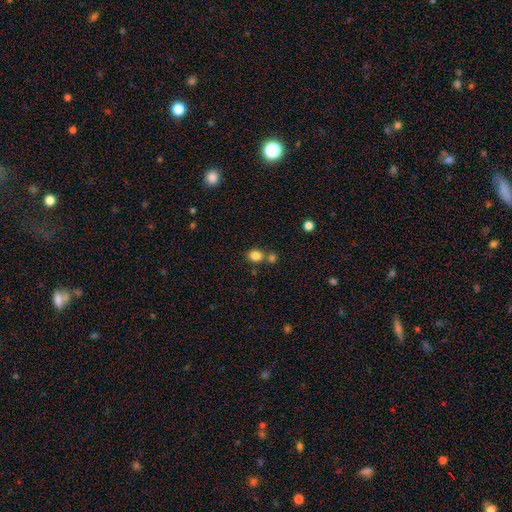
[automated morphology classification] smooth 83%, star or artifact 11%, featured or disk 5%. Down the decision tree: how rounded — round (57%); merging — none (61%).